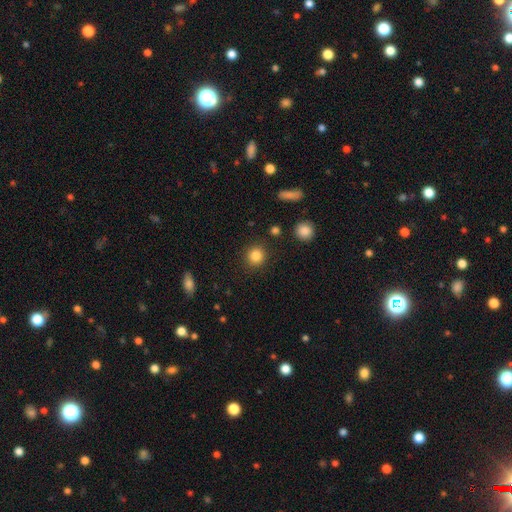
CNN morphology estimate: Overall: smooth (85%). How rounded: round (91%). Merging: none (88%).